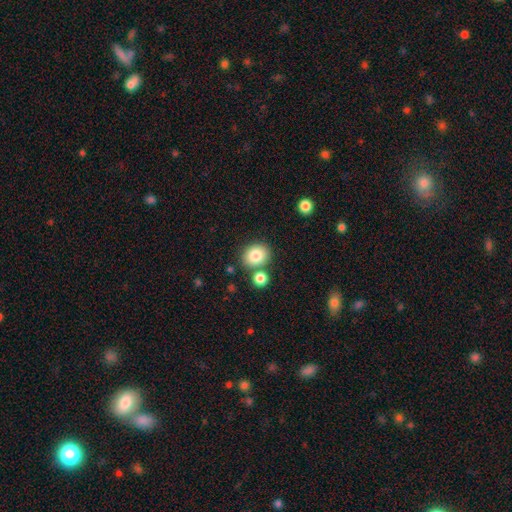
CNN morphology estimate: Smooth or featured: smooth — 83% (star or artifact — 9%)
How rounded: round — 57% (in between — 42%)
Merging: none — 71% (merger — 17%)